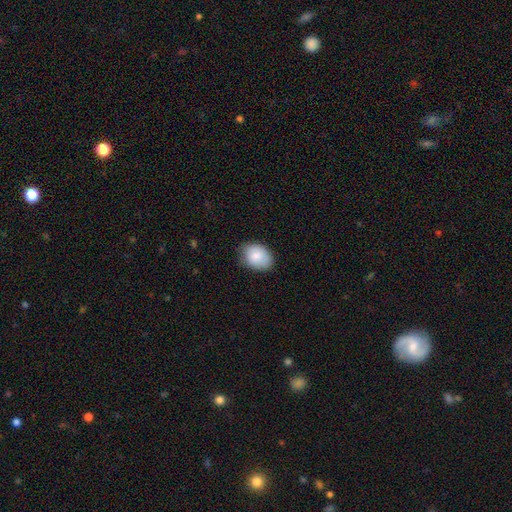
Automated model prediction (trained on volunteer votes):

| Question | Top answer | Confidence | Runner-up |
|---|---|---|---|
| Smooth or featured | smooth | 83% | featured or disk (10%) |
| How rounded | in between | 70% | round (29%) |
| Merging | none | 73% | minor disturbance (22%) |